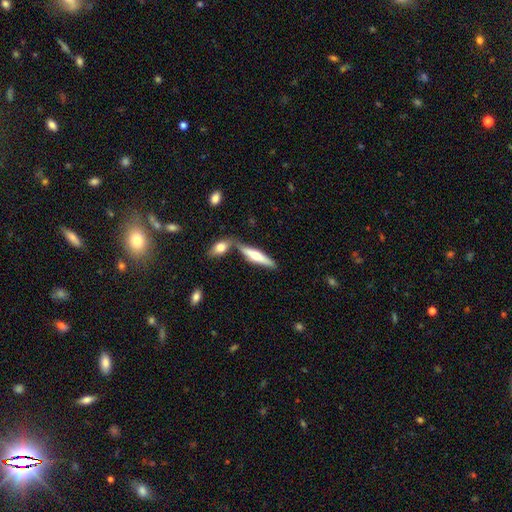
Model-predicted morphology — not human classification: smooth-or-featured: featured or disk: 49% | smooth: 45% | star or artifact: 6%
  merging: none: 61% | merger: 25% | minor disturbance: 11% | major disturbance: 3%